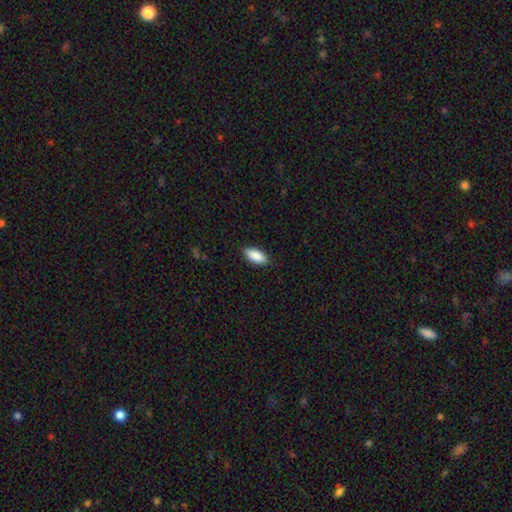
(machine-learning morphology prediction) Smooth or featured?
  - smooth: 89% *
  - star or artifact: 6%
  - featured or disk: 5%
How rounded?
  - in between: 87% *
  - cigar-shaped: 11%
  - round: 2%
Merging?
  - none: 88% *
  - minor disturbance: 9%
  - major disturbance: 2%
  - merger: 1%